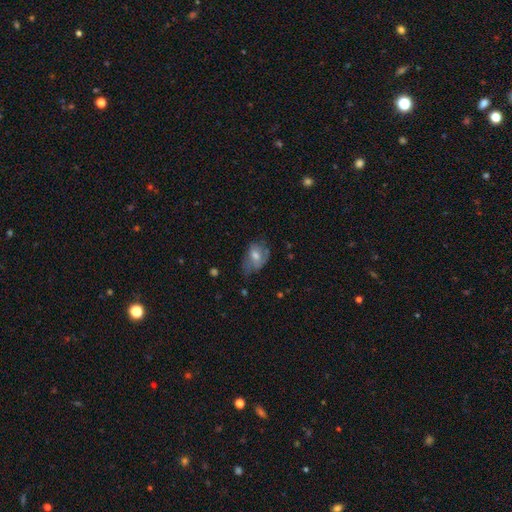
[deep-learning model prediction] A smooth galaxy with no disk features (56%) that is in between round and cigar-shaped (80%).

Vote fractions:
- Smooth or featured? smooth: 56% / featured or disk: 36% / star or artifact: 8%
- How rounded? in between: 80% / round: 18% / cigar-shaped: 2%
- Merging? none: 38% / minor disturbance: 36% / major disturbance: 24% / merger: 2%